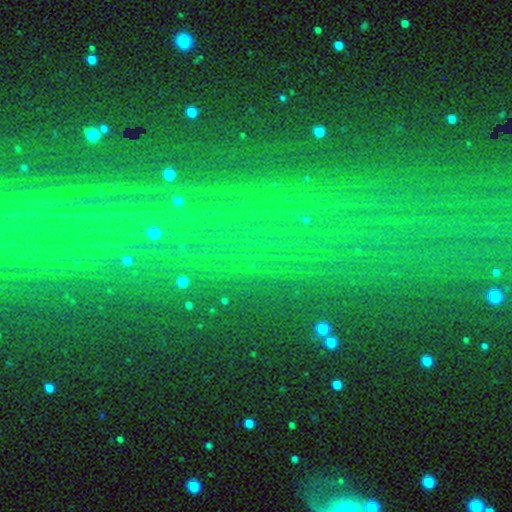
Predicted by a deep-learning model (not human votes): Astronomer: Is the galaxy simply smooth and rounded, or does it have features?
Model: star or artifact — 81%.